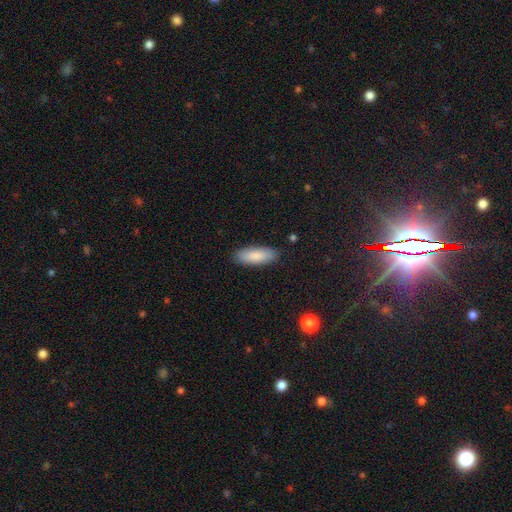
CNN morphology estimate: smooth-or-featured: smooth: 86% | featured or disk: 8% | star or artifact: 6%
  how-rounded: in between: 70% | cigar-shaped: 28% | round: 2%
  merging: none: 87% | minor disturbance: 9% | major disturbance: 2% | merger: 1%